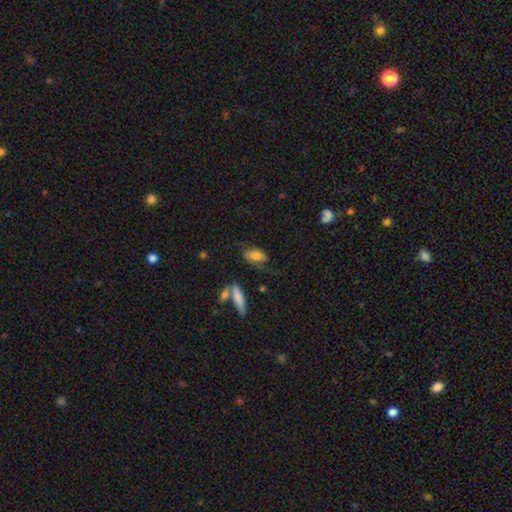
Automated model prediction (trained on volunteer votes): Smooth or featured: smooth — 70% (featured or disk — 22%)
How rounded: in between — 86% (cigar-shaped — 9%)
Merging: none — 60% (minor disturbance — 23%)